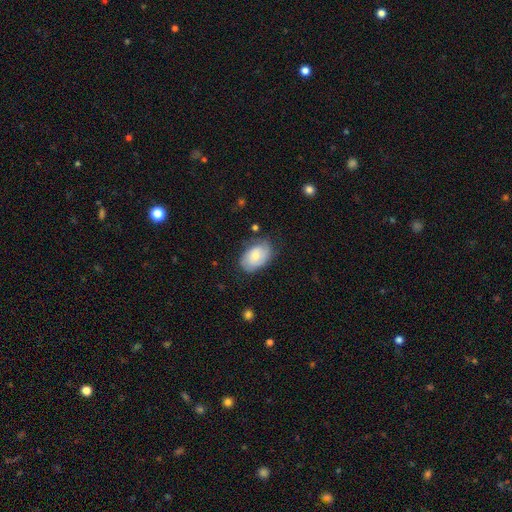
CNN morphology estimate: This is possibly a smooth galaxy (60%). How rounded: clearly in between (88%). Merging: likely none (69%).